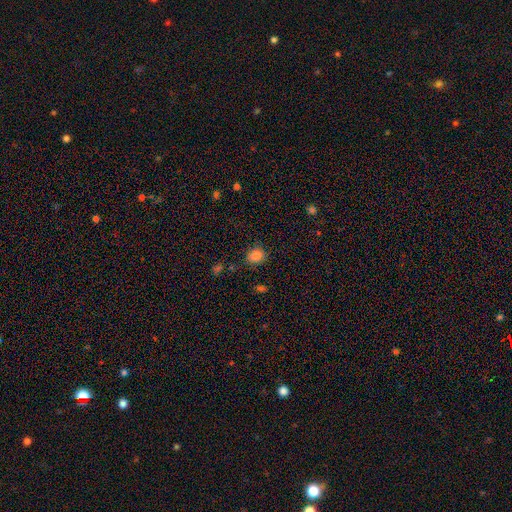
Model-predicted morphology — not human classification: This appears to be a smooth galaxy with no disk features (85%) that is round (64%). Merging: none (83%).